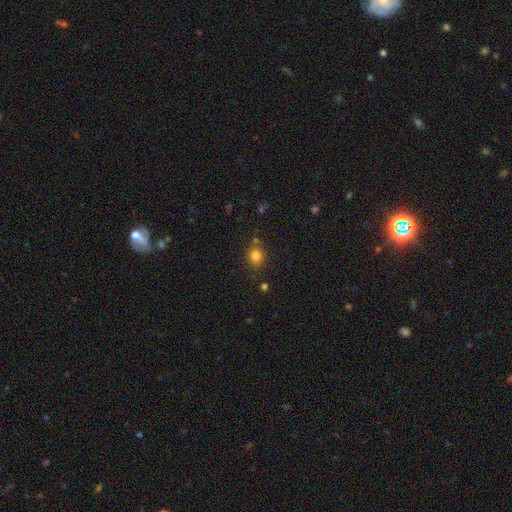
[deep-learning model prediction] A smooth galaxy with no disk features (82%) that is round (70%). Merging: none (79%).